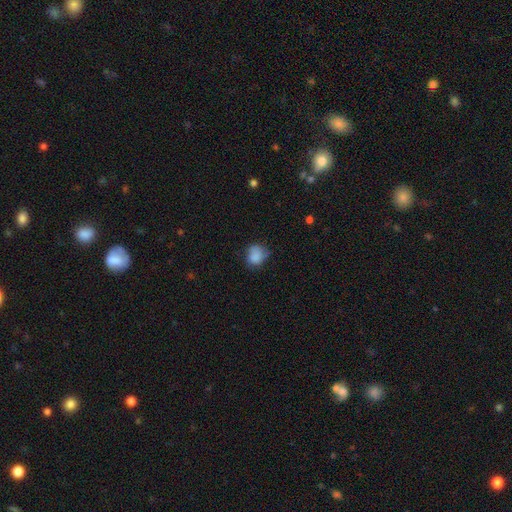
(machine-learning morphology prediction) A smooth galaxy with no disk features (82%) that is round (67%). Merging: none (53%).